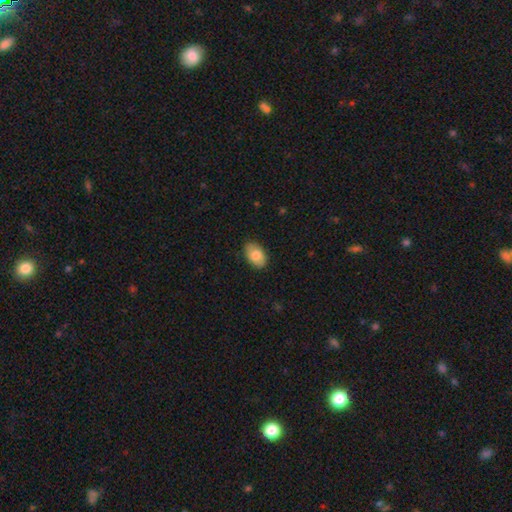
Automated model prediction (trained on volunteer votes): Smooth or featured? Predicted: smooth (p=0.77). How rounded? Predicted: in between (p=0.91). Merging? Predicted: none (p=0.84).